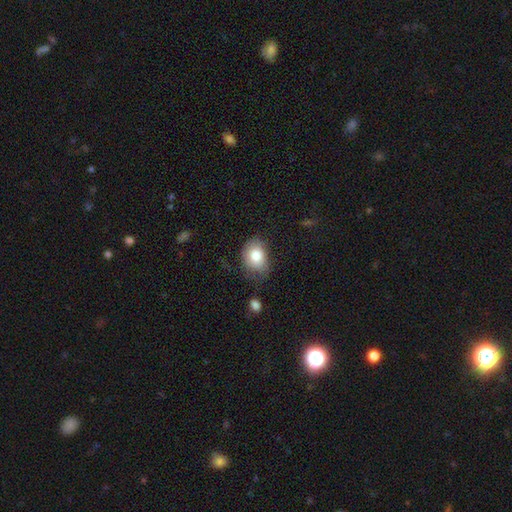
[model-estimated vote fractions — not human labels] A smooth galaxy with no disk features (80%) that is in between round and cigar-shaped (64%).

Vote fractions:
- Smooth or featured? smooth: 80% / featured or disk: 11% / star or artifact: 8%
- How rounded? in between: 64% / round: 35% / cigar-shaped: 1%
- Merging? none: 55% / minor disturbance: 32% / major disturbance: 11% / merger: 3%